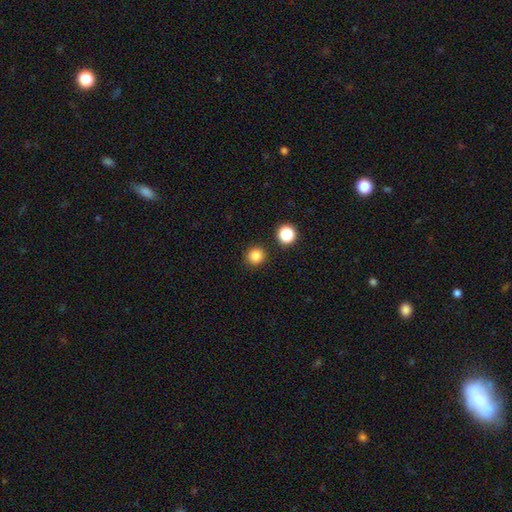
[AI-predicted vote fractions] This appears to be a smooth galaxy with no disk features (84%) that is round (94%). Merging: none (90%).